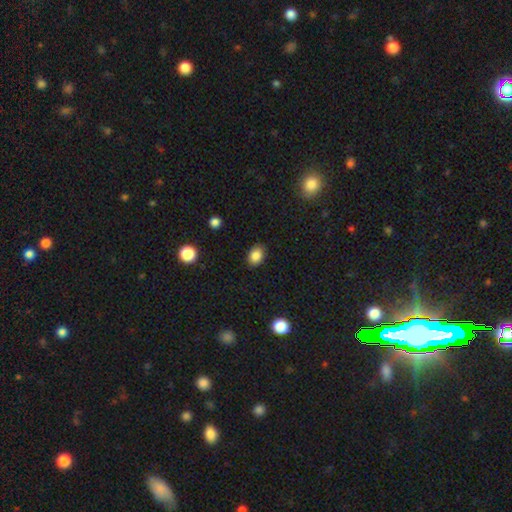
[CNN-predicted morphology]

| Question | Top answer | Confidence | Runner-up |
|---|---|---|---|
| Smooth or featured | smooth | 86% | star or artifact (9%) |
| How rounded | in between | 68% | round (31%) |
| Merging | none | 85% | minor disturbance (11%) |